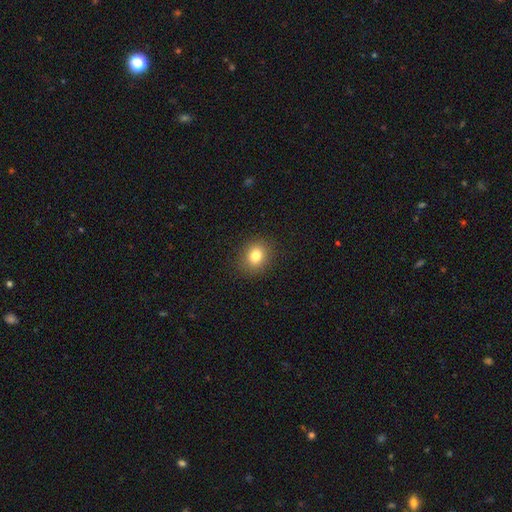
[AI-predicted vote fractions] A smooth galaxy with no disk features (81%) that is round (64%).

Vote fractions:
- Smooth or featured? smooth: 81% / star or artifact: 11% / featured or disk: 8%
- How rounded? round: 64% / in between: 35% / cigar-shaped: 1%
- Merging? none: 89% / minor disturbance: 7% / major disturbance: 3% / merger: 1%